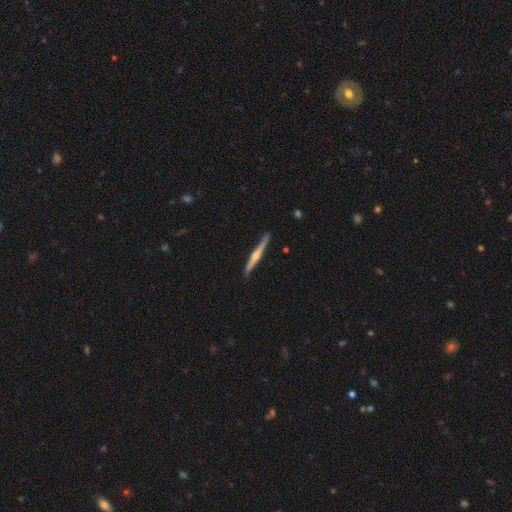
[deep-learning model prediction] The model was most divided on "smooth or featured": featured or disk: 77%, smooth: 18%, star or artifact: 5%. More confident: edge-on disk — yes (98%); edge-on bulge — rounded (92%); merging — none (87%).